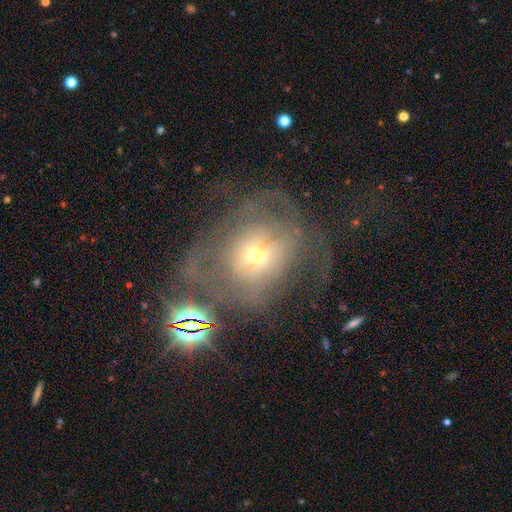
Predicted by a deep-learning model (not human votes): smooth_or_featured: featured or disk (p=0.61) [alt: smooth p=0.26]
disk_edge_on: no (p=0.90) [alt: yes p=0.10]
bar: no (p=0.57) [alt: weak p=0.26]
has_spiral_arms: no (p=0.56) [alt: yes p=0.44]
bulge_size: small (p=0.48) [alt: moderate p=0.44]
merging: major disturbance (p=0.42) [alt: none p=0.31]